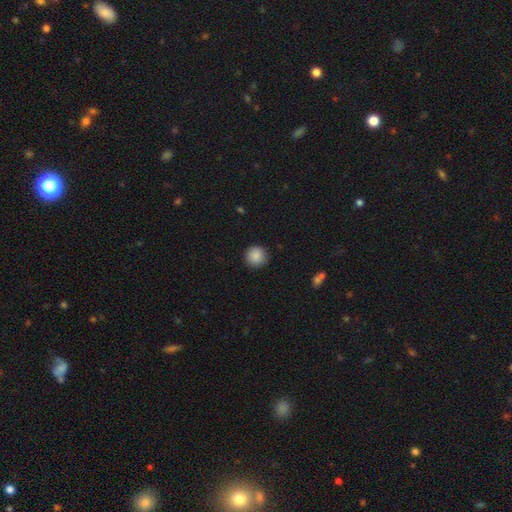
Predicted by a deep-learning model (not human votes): Overall: smooth (88%). How rounded: round (94%). Merging: none (89%).